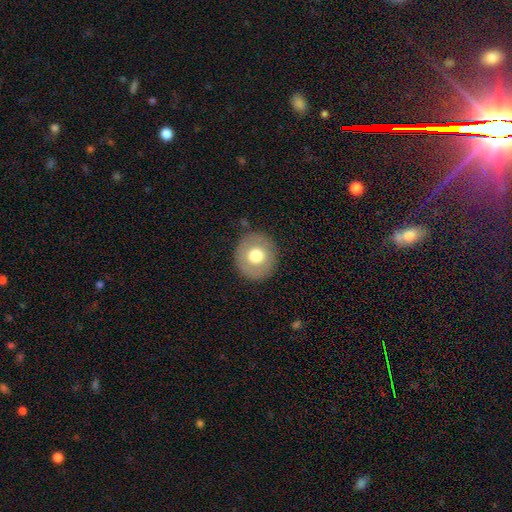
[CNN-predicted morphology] smooth 67%, featured or disk 25%, star or artifact 8%. Down the decision tree: how rounded — round (86%); merging — none (87%).